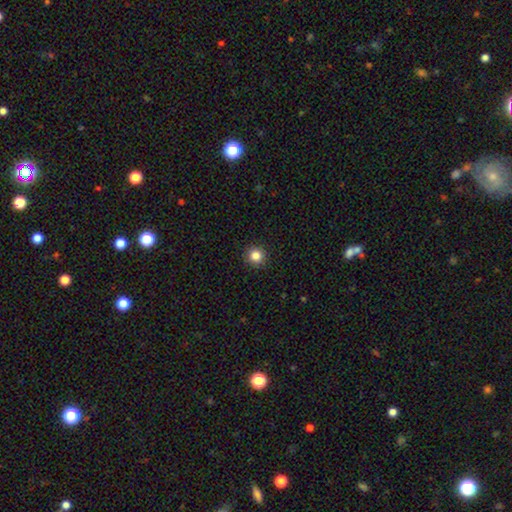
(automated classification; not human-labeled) smooth_or_featured: smooth (p=0.84) [alt: star or artifact p=0.11]
how_rounded: round (p=0.94) [alt: in between p=0.05]
merging: none (p=0.92) [alt: minor disturbance p=0.05]